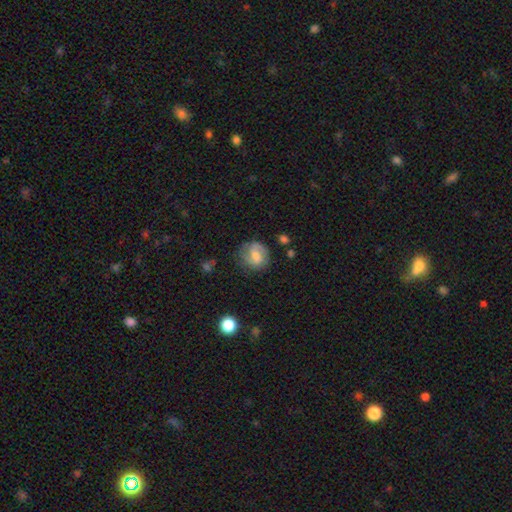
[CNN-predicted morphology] A featured or disk galaxy (47%). Merging: none (68%).